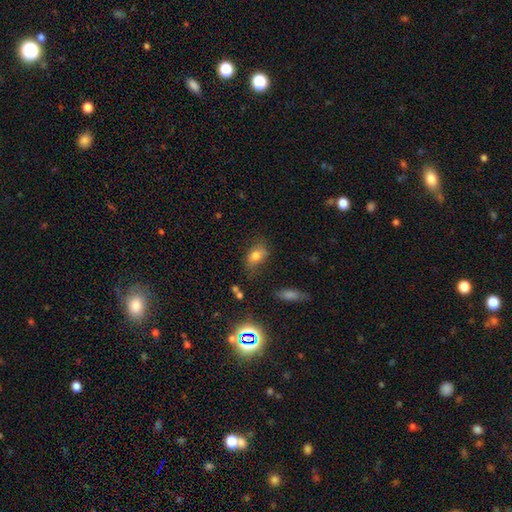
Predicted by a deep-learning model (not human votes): The model was most divided on "merging": none: 63%, minor disturbance: 25%, major disturbance: 8%, merger: 4%. More confident: how rounded — in between (79%); smooth or featured — smooth (74%).